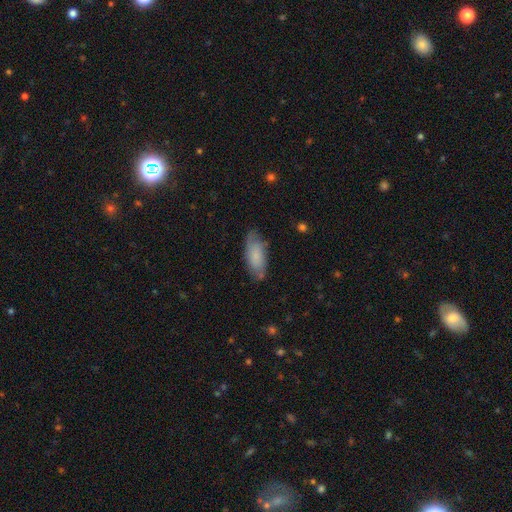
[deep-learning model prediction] Morphology: type=smooth (73%); roundness=in between (80%); merging=none (72%).